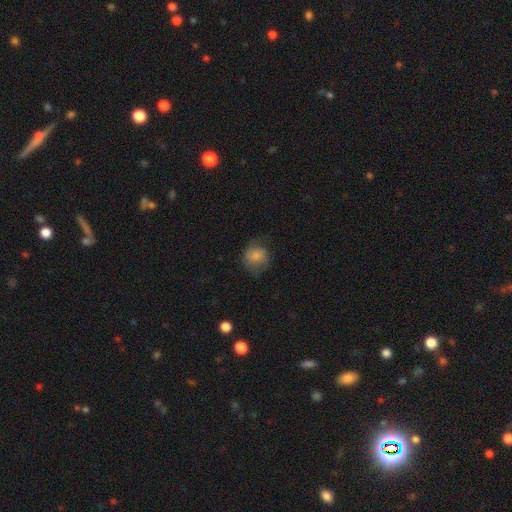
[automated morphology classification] Smooth or featured? Predicted: smooth (p=0.71). How rounded? Predicted: round (p=0.74). Merging? Predicted: none (p=0.60).